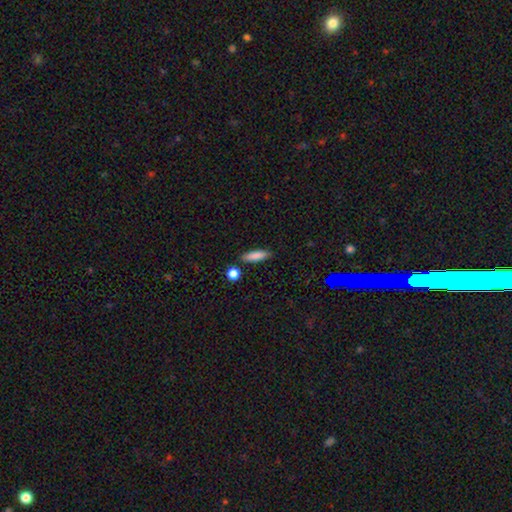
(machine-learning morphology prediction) Q: Smooth or featured?
A: smooth (84%); runner-up: featured or disk (9%)
Q: How rounded?
A: cigar-shaped (56%); runner-up: in between (41%)
Q: Merging?
A: none (84%); runner-up: minor disturbance (9%)